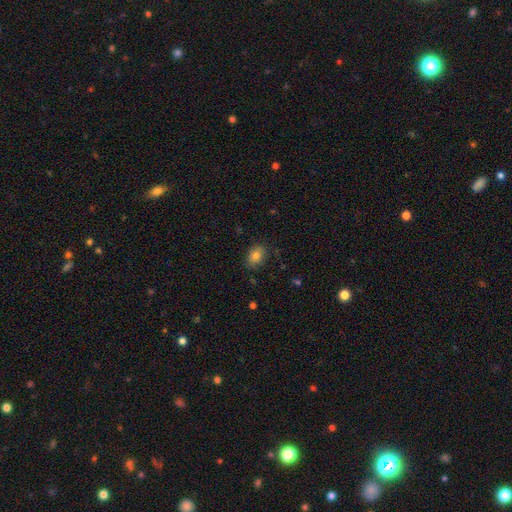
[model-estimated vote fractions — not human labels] smooth_or_featured: smooth (p=0.82) [alt: star or artifact p=0.10]
how_rounded: in between (p=0.76) [alt: round p=0.23]
merging: none (p=0.83) [alt: minor disturbance p=0.13]